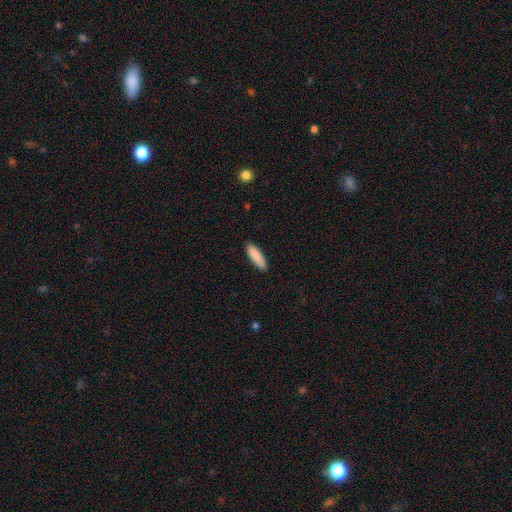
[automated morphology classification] Smooth or featured: smooth — 88% (featured or disk — 6%)
How rounded: cigar-shaped — 57% (in between — 42%)
Merging: none — 87% (minor disturbance — 10%)